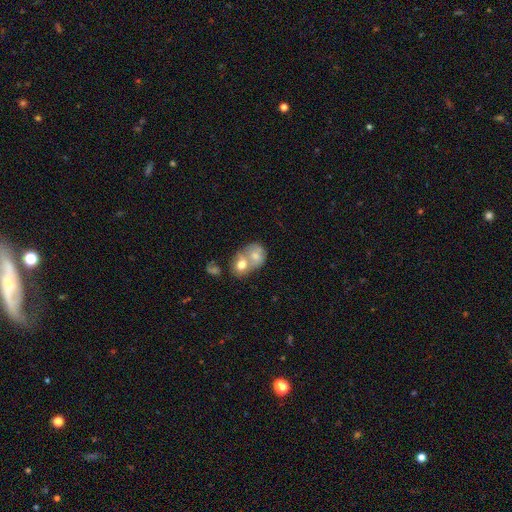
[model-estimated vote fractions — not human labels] Overall: smooth (65%; featured or disk 26%). How rounded: round (53%; in between 46%). Merging: merger (73%).